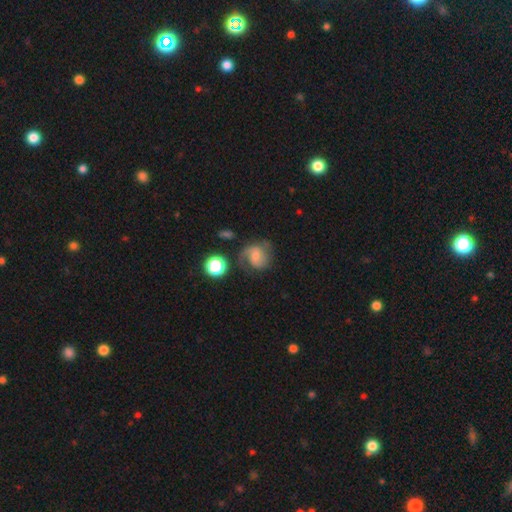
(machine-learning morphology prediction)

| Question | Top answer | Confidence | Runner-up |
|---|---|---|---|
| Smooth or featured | featured or disk | 61% | smooth (29%) |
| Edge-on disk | no | 98% | yes (2%) |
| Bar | no | 49% | weak (42%) |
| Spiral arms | yes | 91% | no (9%) |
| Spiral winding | medium | 46% | loose (29%) |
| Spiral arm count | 2 | 62% | 1 (25%) |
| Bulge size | small | 46% | moderate (37%) |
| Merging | none | 55% | minor disturbance (23%) |